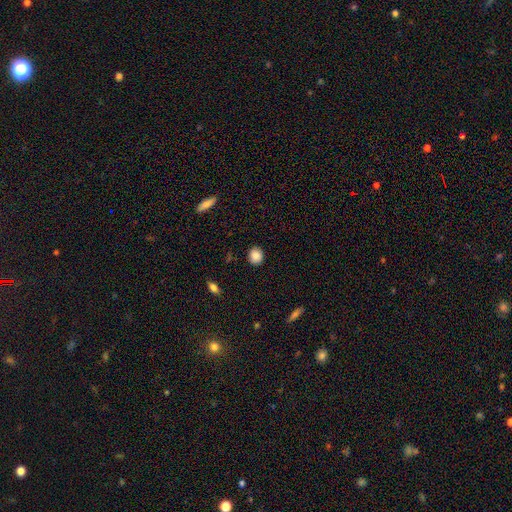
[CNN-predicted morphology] This appears to be a smooth galaxy with no disk features (88%) that is round (74%). Merging: none (89%).